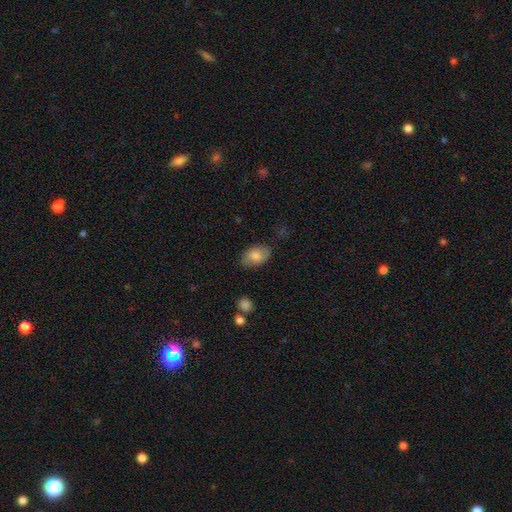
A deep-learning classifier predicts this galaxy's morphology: Smooth or featured?
  - smooth: 78% *
  - featured or disk: 15%
  - star or artifact: 7%
How rounded?
  - in between: 89% *
  - round: 10%
  - cigar-shaped: 1%
Merging?
  - none: 75% *
  - minor disturbance: 18%
  - major disturbance: 5%
  - merger: 2%